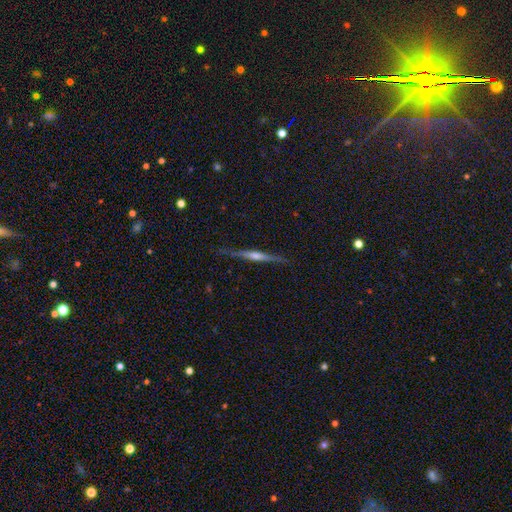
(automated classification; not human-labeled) Q: Smooth or featured?
A: featured or disk (80%); runner-up: smooth (14%)
Q: Edge-on disk?
A: yes (98%); runner-up: no (2%)
Q: Edge-on bulge?
A: rounded (78%); runner-up: none (12%)
Q: Merging?
A: none (87%); runner-up: minor disturbance (10%)